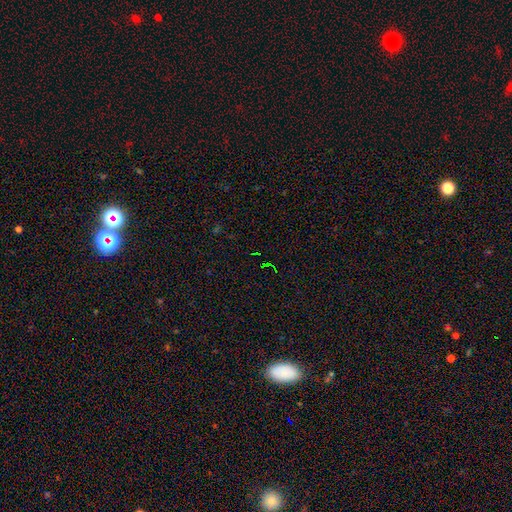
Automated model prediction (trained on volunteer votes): Smooth or featured? star or artifact (72%)